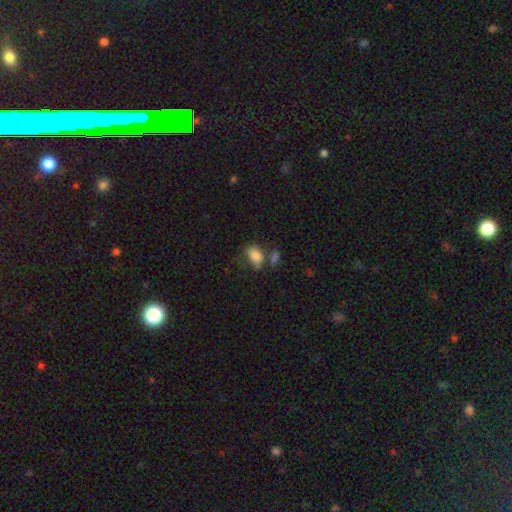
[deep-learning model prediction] smooth 80%, featured or disk 11%, star or artifact 9%. Down the decision tree: how rounded — in between (84%); merging — none (44%).